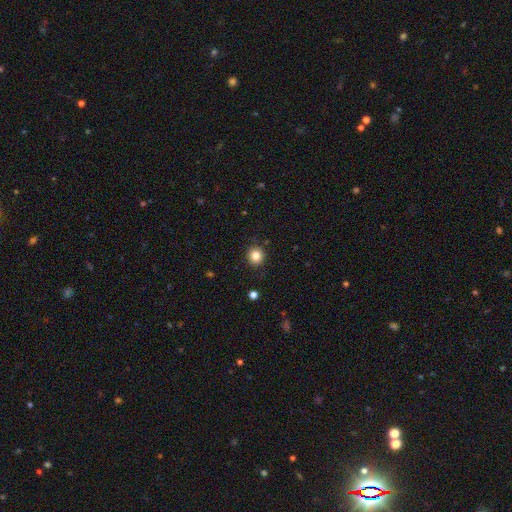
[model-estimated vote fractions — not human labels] Smooth or featured?
  - smooth: 84% *
  - star or artifact: 11%
  - featured or disk: 5%
How rounded?
  - round: 92% *
  - in between: 7%
  - cigar-shaped: 1%
Merging?
  - none: 90% *
  - minor disturbance: 7%
  - major disturbance: 2%
  - merger: 1%